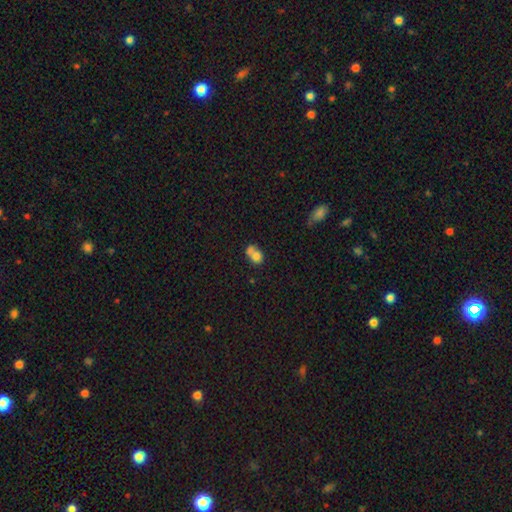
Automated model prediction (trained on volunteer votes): This appears to be a smooth galaxy with no disk features (74%) that is round (60%). Merging: merger (62%).